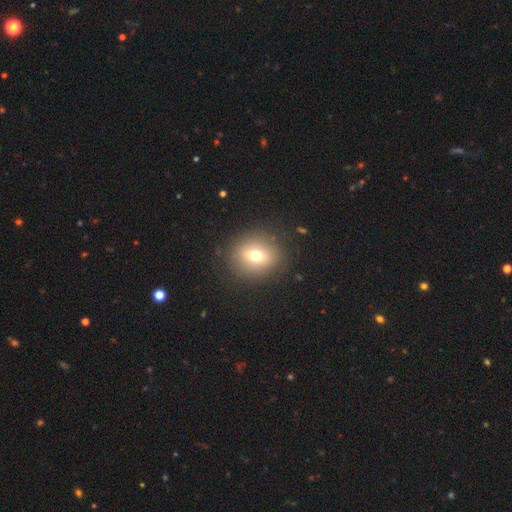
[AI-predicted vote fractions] The model was most divided on "smooth or featured": smooth: 68%, featured or disk: 18%, star or artifact: 14%. More confident: merging — none (86%); how rounded — round (79%).